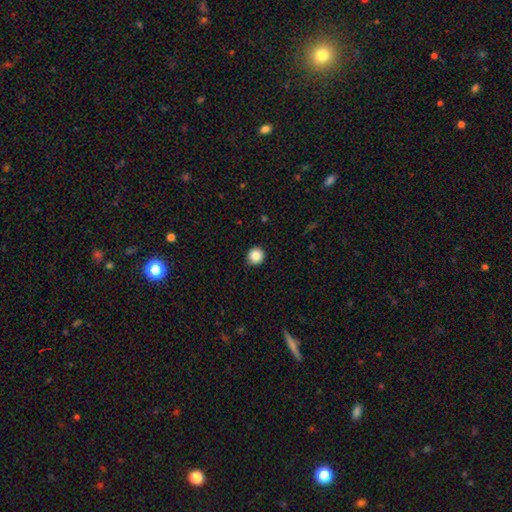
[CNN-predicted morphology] smooth 86%, star or artifact 10%, featured or disk 4%. Down the decision tree: how rounded — round (94%); merging — none (91%).